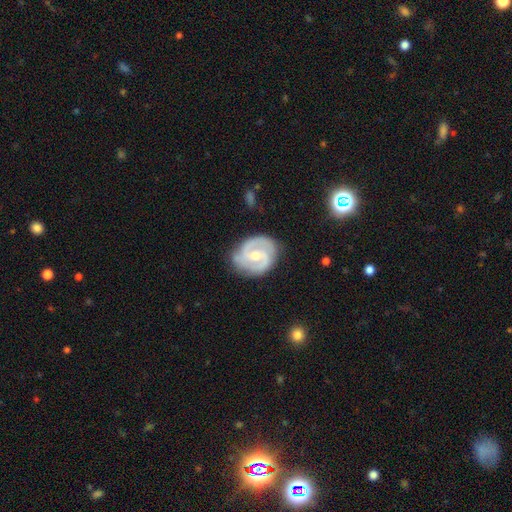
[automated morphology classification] A featured or disk galaxy (88%) with a weak bar (47%), 2 (80%) medium (47%) spiral arms (97%) and a moderate central bulge (56%).

Vote fractions:
- Smooth or featured? featured or disk: 88% / smooth: 8% / star or artifact: 4%
- Edge-on disk? no: 98% / yes: 2%
- Bar? weak: 47% / no: 35% / strong: 18%
- Spiral arms? yes: 97% / no: 3%
- Spiral winding? medium: 47% / tight: 42% / loose: 10%
- Spiral arm count? 2: 80% / 3: 9% / can't tell: 6% / 1: 2% / 4: 2% / more than 4: 2%
- Bulge size? moderate: 56% / small: 41% / large: 2% / none: 1% / dominant: 1%
- Merging? none: 76% / minor disturbance: 18% / major disturbance: 4% / merger: 1%